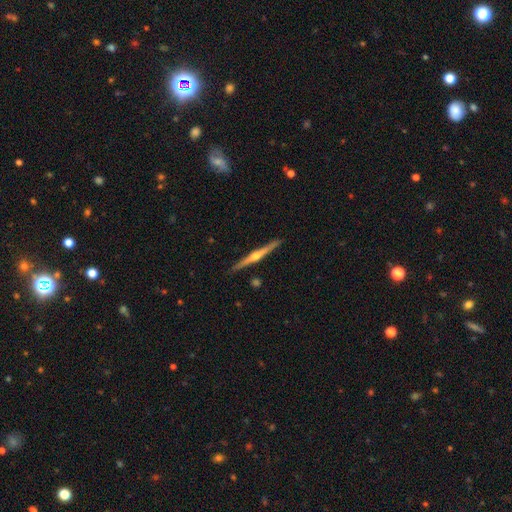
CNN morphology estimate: smooth_or_featured: featured or disk (p=0.79) [alt: smooth p=0.16]
disk_edge_on: yes (p=0.99) [alt: no p=0.01]
edge_on_bulge: rounded (p=0.92) [alt: none p=0.05]
merging: none (p=0.91) [alt: minor disturbance p=0.07]